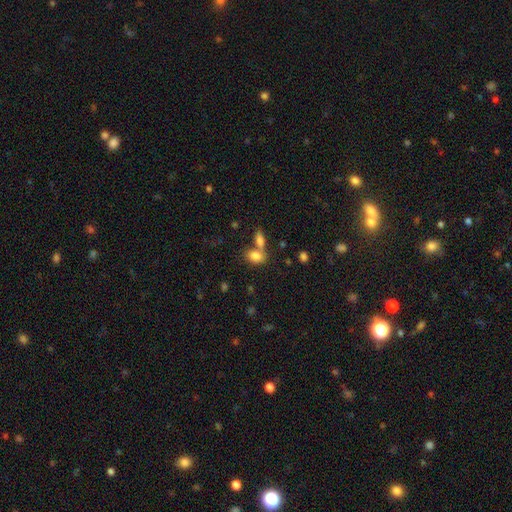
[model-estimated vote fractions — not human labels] The model was most divided on "merging": merger: 45%, none: 41%, minor disturbance: 9%, major disturbance: 4%. More confident: smooth or featured — smooth (82%); how rounded — in between (82%).